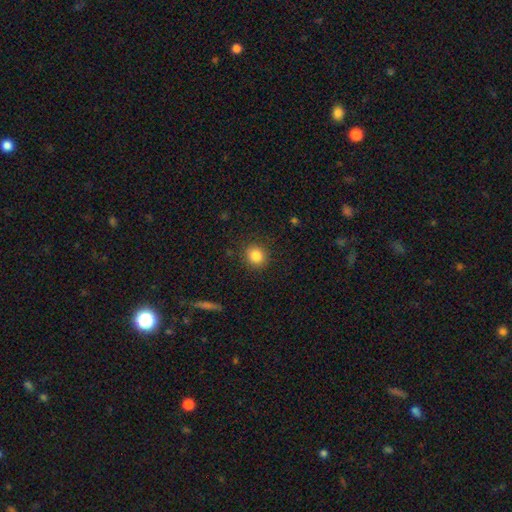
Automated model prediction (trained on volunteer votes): Smooth or featured?
  - smooth: 85% *
  - star or artifact: 10%
  - featured or disk: 5%
How rounded?
  - round: 85% *
  - in between: 14%
  - cigar-shaped: 1%
Merging?
  - none: 88% *
  - minor disturbance: 8%
  - major disturbance: 3%
  - merger: 1%